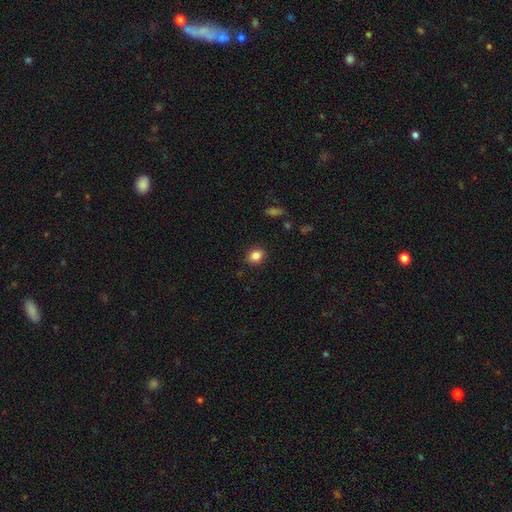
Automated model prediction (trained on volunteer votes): A smooth galaxy with no disk features (85%) that is round (56%). Merging: none (89%).